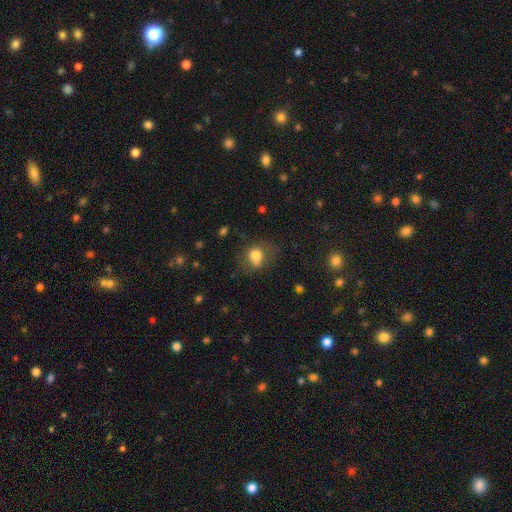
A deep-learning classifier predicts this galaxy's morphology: smooth_or_featured: smooth (p=0.77) [alt: featured or disk p=0.12]
how_rounded: round (p=0.53) [alt: in between p=0.46]
merging: none (p=0.53) [alt: minor disturbance p=0.26]